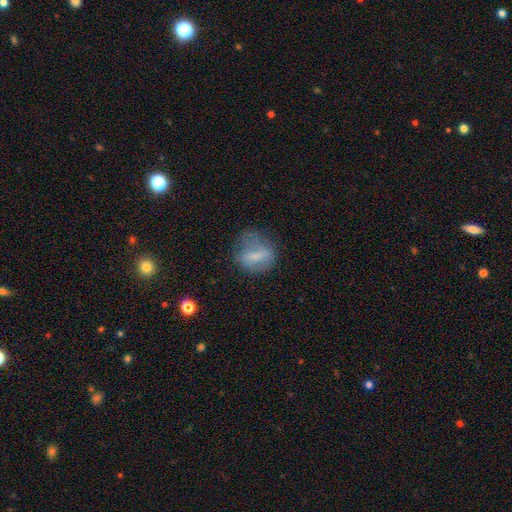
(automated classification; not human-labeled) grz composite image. It shows a smooth galaxy with no disk features (59%) that is round (49%). Merging: none (53%).